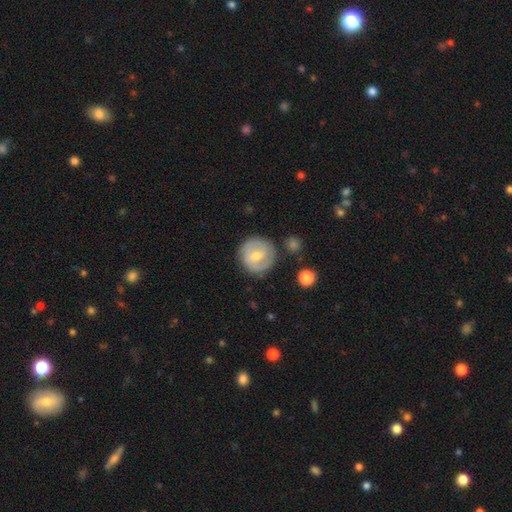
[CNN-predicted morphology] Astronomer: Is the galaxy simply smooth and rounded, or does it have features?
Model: featured or disk — 58% (runner-up: smooth, 36%).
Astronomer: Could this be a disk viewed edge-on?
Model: no — 97%.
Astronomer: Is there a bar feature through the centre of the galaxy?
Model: weak — 57%.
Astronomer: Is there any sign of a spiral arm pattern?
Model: yes — 80%.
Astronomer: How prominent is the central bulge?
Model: moderate — 49% (runner-up: small, 45%).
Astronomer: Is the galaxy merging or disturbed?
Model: none — 80%.